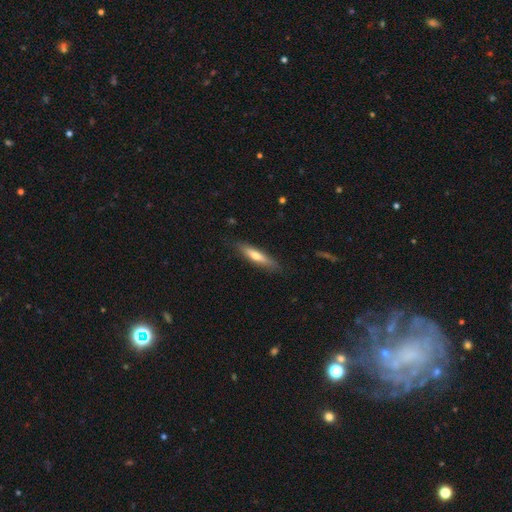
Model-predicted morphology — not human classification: This is possibly a smooth galaxy (57%). How rounded: clearly cigar-shaped (82%). Merging: clearly none (84%).